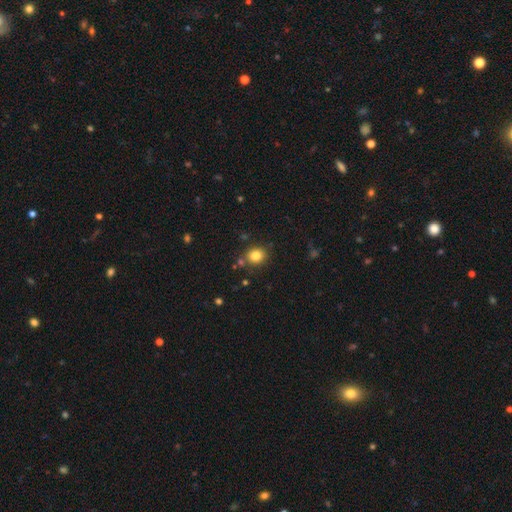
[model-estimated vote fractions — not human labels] A smooth galaxy with no disk features (82%) that is round (75%).

Vote fractions:
- Smooth or featured? smooth: 82% / star or artifact: 12% / featured or disk: 6%
- How rounded? round: 75% / in between: 24% / cigar-shaped: 1%
- Merging? none: 82% / minor disturbance: 10% / merger: 6% / major disturbance: 3%